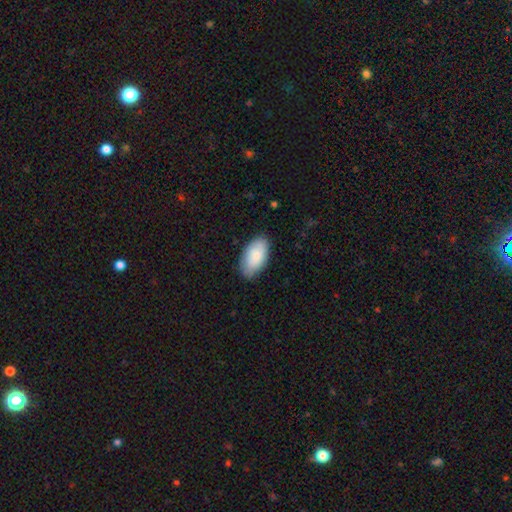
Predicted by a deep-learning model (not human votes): Smooth or featured: smooth — 86% (featured or disk — 9%)
How rounded: in between — 96% (round — 2%)
Merging: none — 81% (minor disturbance — 15%)